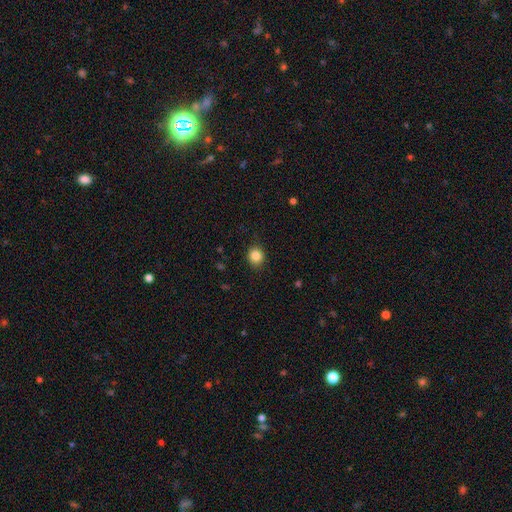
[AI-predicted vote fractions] A smooth galaxy with no disk features (86%) that is round (81%). Merging: none (88%).